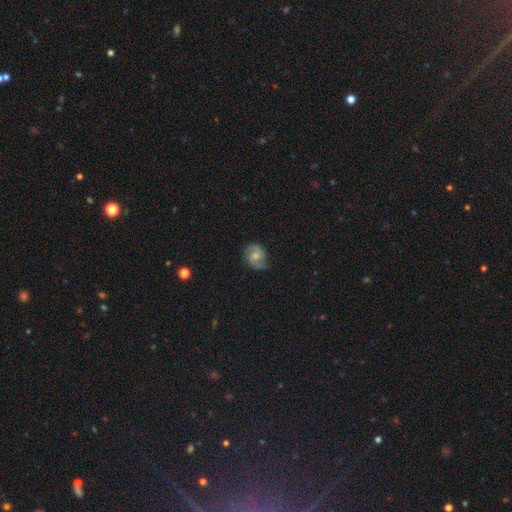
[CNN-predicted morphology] smooth-or-featured: featured or disk: 69% | smooth: 24% | star or artifact: 8%
  disk-edge-on: no: 98% | yes: 2%
    bar: no: 49% | weak: 43% | strong: 8%
    has-spiral-arms: yes: 94% | no: 6%
      spiral-winding: medium: 49% | loose: 32% | tight: 19%
      spiral-arm-count: 2: 90% | can't tell: 5% | 1: 2% | 3: 1% | 4: 1% | more than 4: 1%
    bulge-size: moderate: 45% | small: 42% | none: 9% | large: 3% | dominant: 1%
  merging: none: 77% | minor disturbance: 17% | major disturbance: 5% | merger: 1%